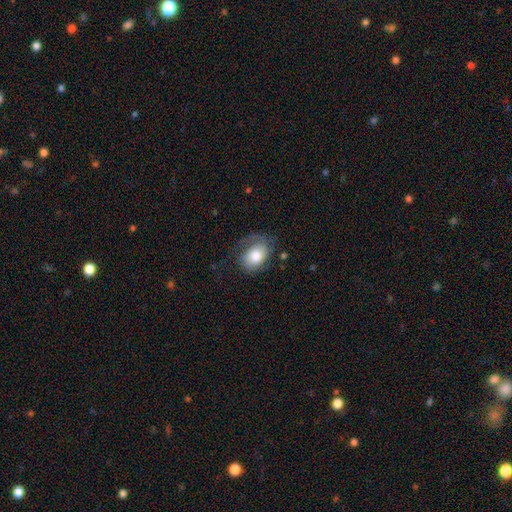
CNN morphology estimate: A smooth galaxy with no disk features (54%) that is in between round and cigar-shaped (71%). Merging: none (50%).